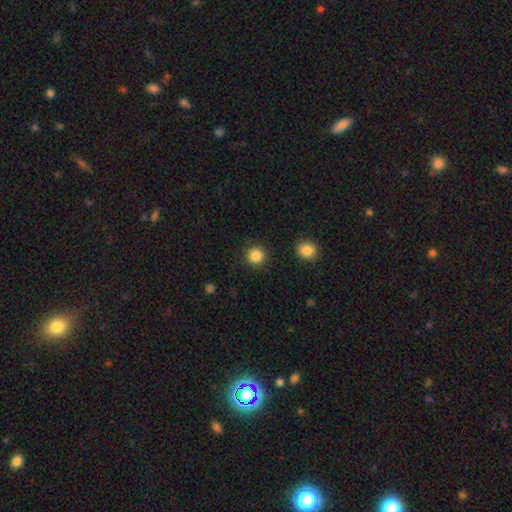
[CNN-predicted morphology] Smooth or featured? Predicted: smooth (p=0.86). How rounded? Predicted: round (p=0.95). Merging? Predicted: none (p=0.91).